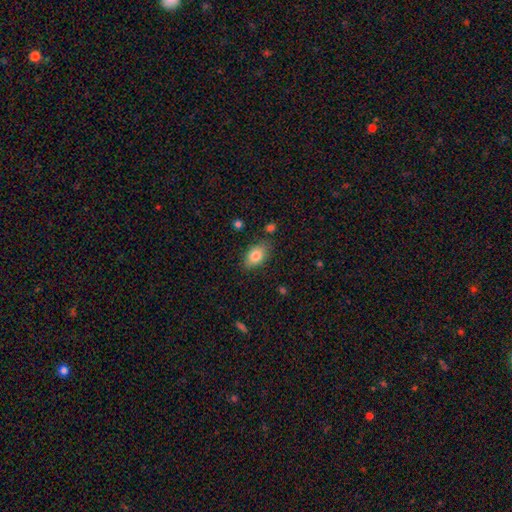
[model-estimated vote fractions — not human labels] This is clearly a smooth galaxy (82%). How rounded: clearly in between (89%). Merging: likely none (78%).